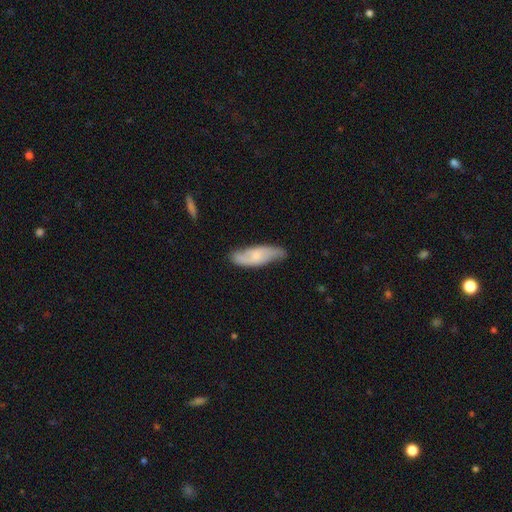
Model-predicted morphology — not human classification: This appears to be a smooth galaxy with no disk features (47%, tied with featured or disk). Merging: none (67%).